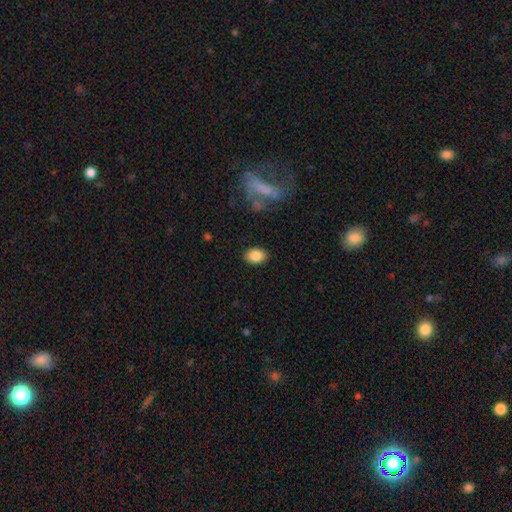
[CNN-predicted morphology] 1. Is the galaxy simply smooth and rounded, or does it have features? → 85% smooth, 8% star or artifact, 7% featured or disk.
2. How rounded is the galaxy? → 80% in between, 19% round, 1% cigar-shaped.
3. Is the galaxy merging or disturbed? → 87% none, 9% minor disturbance, 3% major disturbance, 1% merger.